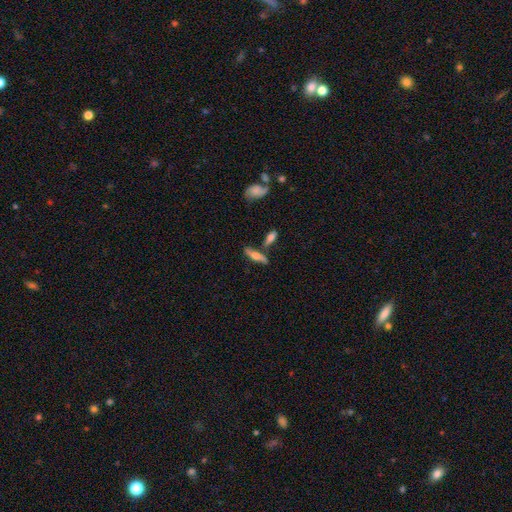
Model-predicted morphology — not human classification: A smooth galaxy with no disk features (47%). Merging: none (64%).